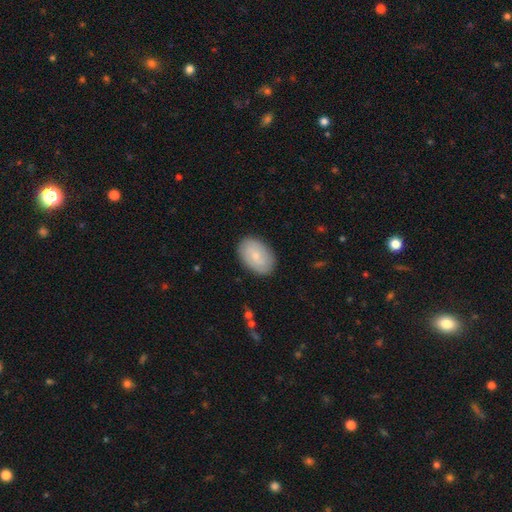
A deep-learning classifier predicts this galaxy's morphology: type=smooth (66%); roundness=in between (89%); merging=none (86%).